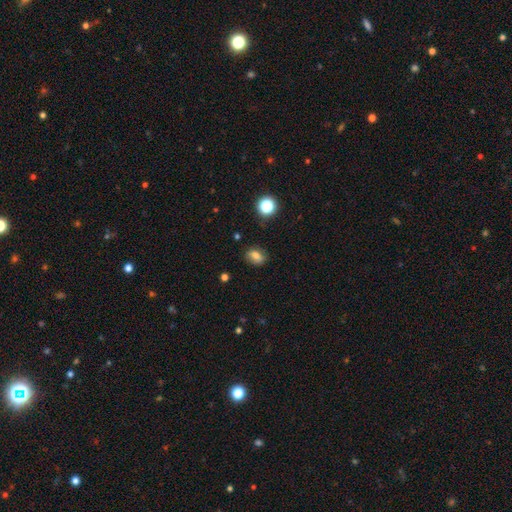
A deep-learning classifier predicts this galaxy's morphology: Q: Smooth or featured?
A: smooth (75%); runner-up: star or artifact (13%)
Q: How rounded?
A: in between (71%); runner-up: round (27%)
Q: Merging?
A: none (81%); runner-up: minor disturbance (13%)